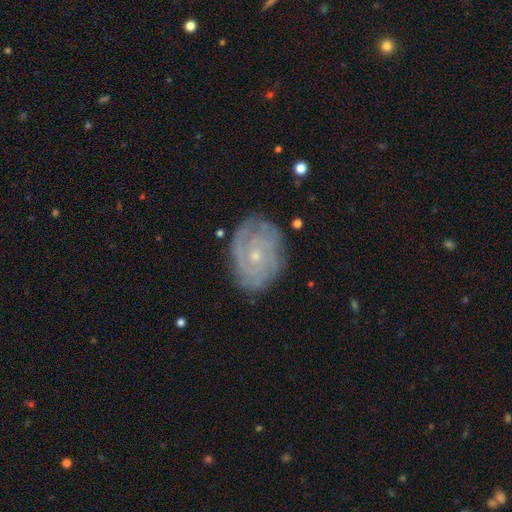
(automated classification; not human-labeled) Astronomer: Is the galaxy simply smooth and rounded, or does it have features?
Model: featured or disk — 82%.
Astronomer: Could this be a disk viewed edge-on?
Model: no — 97%.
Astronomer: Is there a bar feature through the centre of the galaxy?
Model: no — 77%.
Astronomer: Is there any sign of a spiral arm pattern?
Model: yes — 95%.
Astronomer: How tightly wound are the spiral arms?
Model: tight — 73%.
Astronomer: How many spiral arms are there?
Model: can't tell — 31% (runner-up: 3, 21%).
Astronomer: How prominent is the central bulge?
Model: small — 70%.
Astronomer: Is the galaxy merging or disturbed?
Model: none — 78%.